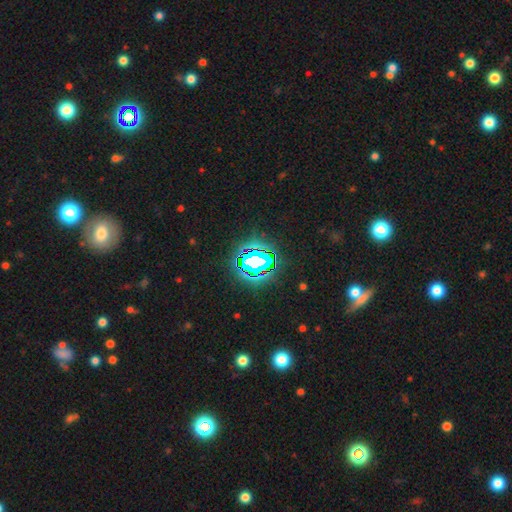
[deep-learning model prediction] Smooth or featured: star or artifact — 79% (smooth — 12%)